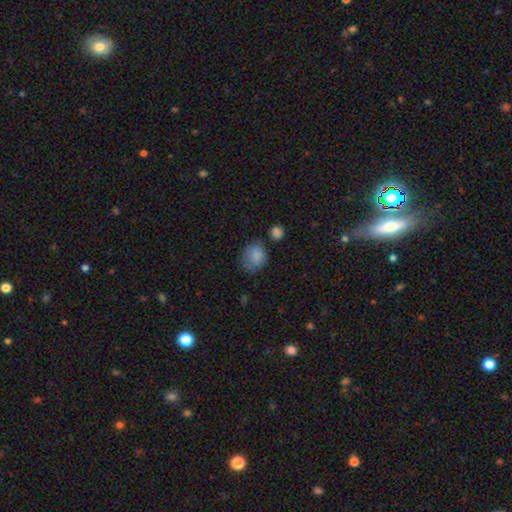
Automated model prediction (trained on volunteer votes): A smooth galaxy with no disk features (84%) that is round (52%). Merging: none (58%).